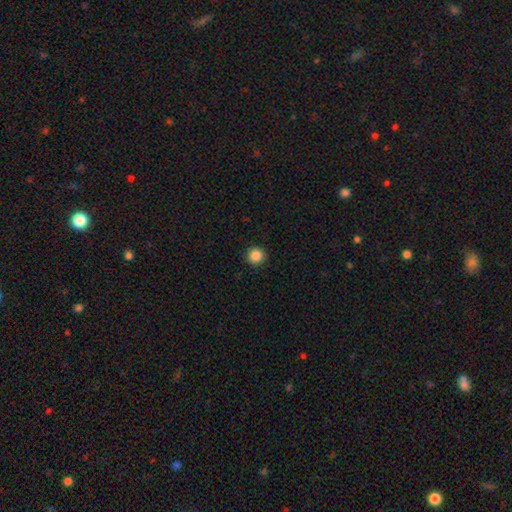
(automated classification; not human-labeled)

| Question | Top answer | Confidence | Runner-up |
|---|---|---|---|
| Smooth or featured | smooth | 87% | star or artifact (10%) |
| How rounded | round | 95% | in between (4%) |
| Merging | none | 92% | minor disturbance (5%) |